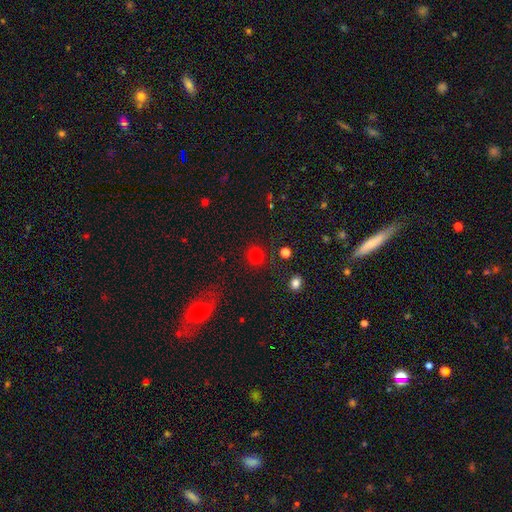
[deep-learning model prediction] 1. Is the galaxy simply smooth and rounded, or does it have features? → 79% smooth, 16% star or artifact, 5% featured or disk.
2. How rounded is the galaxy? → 89% round, 10% in between, 1% cigar-shaped.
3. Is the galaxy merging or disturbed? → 86% none, 8% minor disturbance, 4% major disturbance, 3% merger.